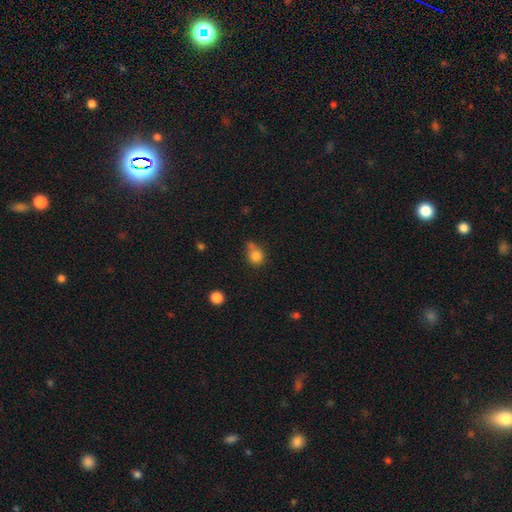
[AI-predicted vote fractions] Smooth or featured: smooth — 81% (star or artifact — 12%)
How rounded: round — 80% (in between — 19%)
Merging: none — 49% (merger — 23%)